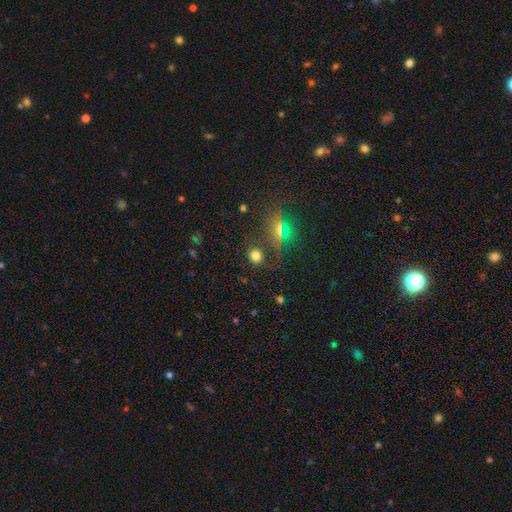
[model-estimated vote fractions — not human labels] Q: Smooth or featured?
A: smooth (69%); runner-up: star or artifact (23%)
Q: How rounded?
A: round (80%); runner-up: in between (19%)
Q: Merging?
A: none (82%); runner-up: minor disturbance (10%)